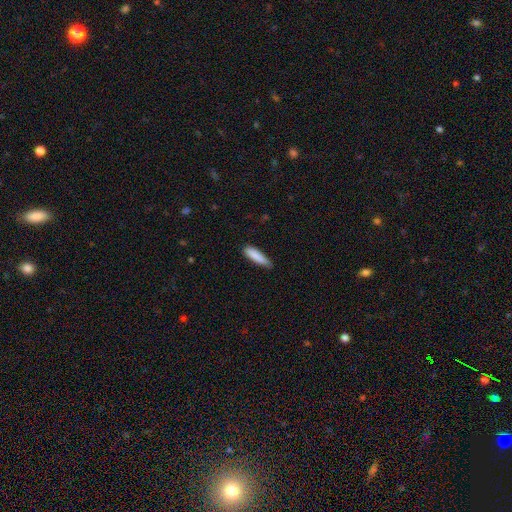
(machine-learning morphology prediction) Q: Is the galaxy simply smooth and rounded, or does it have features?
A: smooth — 87%.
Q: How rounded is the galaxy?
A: cigar-shaped — 71%.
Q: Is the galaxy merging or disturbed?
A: none — 68%.